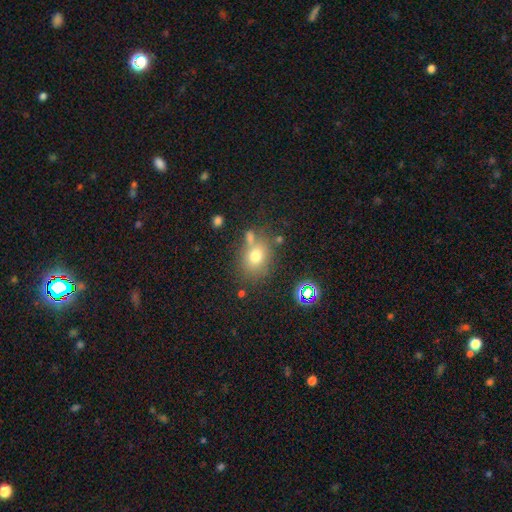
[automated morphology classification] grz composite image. It shows a smooth galaxy with no disk features (71%) that is round (51%). Merging: none (62%).